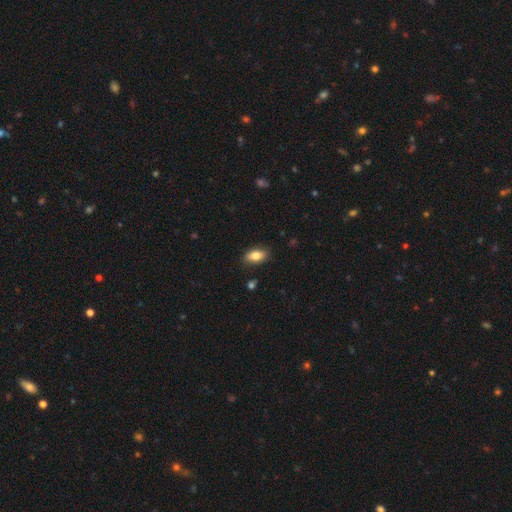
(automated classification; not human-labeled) Morphology: type=smooth (82%); roundness=in between (89%); merging=none (84%).